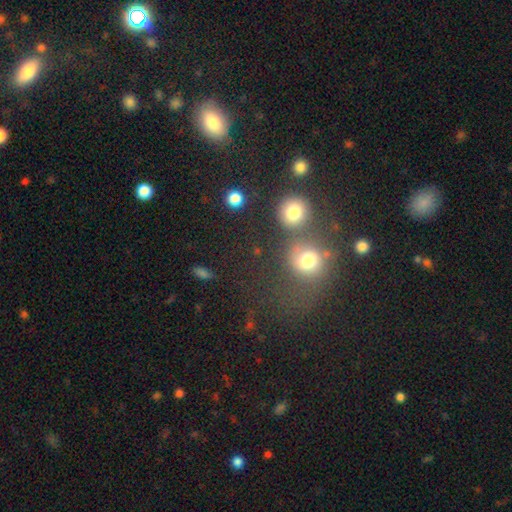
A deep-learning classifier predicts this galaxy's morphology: The model was most divided on "merging": none: 46%, merger: 32%, minor disturbance: 12%, major disturbance: 10%. More confident: how rounded — round (75%); smooth or featured — smooth (59%).